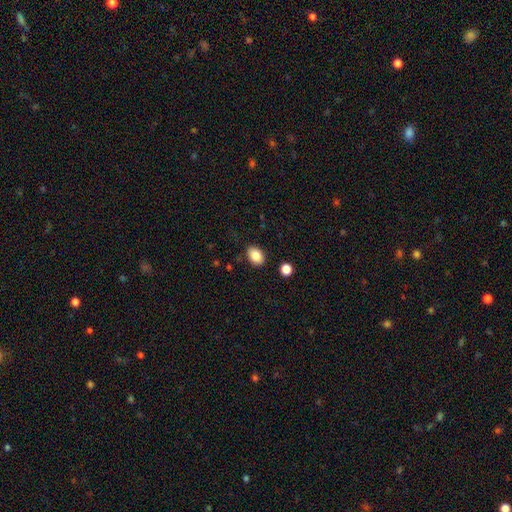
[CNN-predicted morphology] smooth-or-featured: smooth: 85% | star or artifact: 8% | featured or disk: 6%
  how-rounded: in between: 79% | round: 20% | cigar-shaped: 1%
  merging: none: 86% | minor disturbance: 9% | major disturbance: 2% | merger: 2%